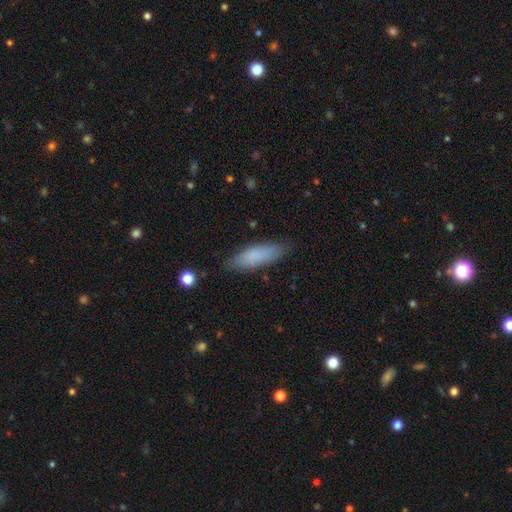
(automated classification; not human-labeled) smooth-or-featured: smooth: 81% | featured or disk: 12% | star or artifact: 7%
  how-rounded: in between: 53% | cigar-shaped: 46% | round: 2%
  merging: none: 81% | minor disturbance: 15% | major disturbance: 3% | merger: 1%